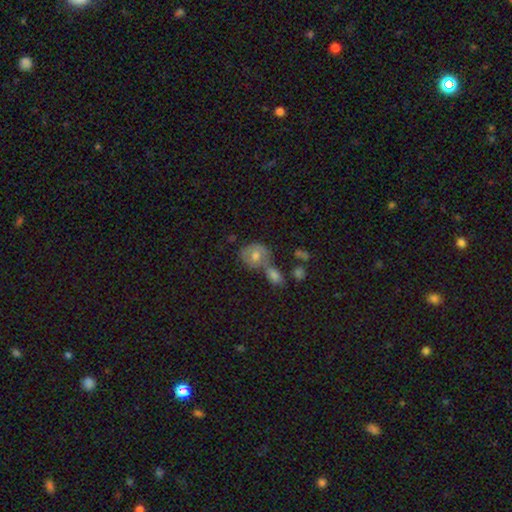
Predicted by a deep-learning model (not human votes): This appears to be a smooth galaxy with no disk features (62%) that is round (66%). Merging: none (40%).